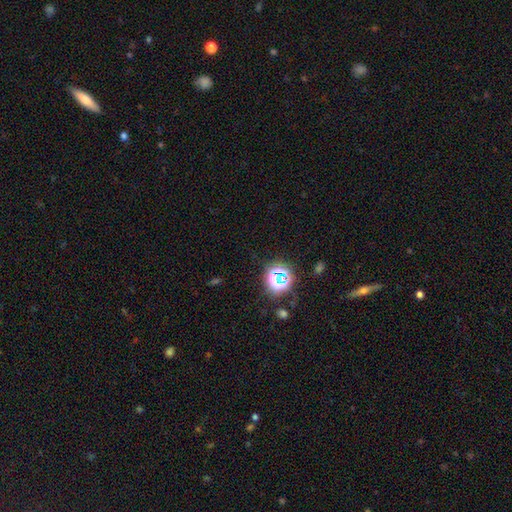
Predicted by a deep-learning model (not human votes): A star or artifact, not a galaxy (73%).

Vote fractions:
- Smooth or featured? star or artifact: 73% / smooth: 18% / featured or disk: 9%